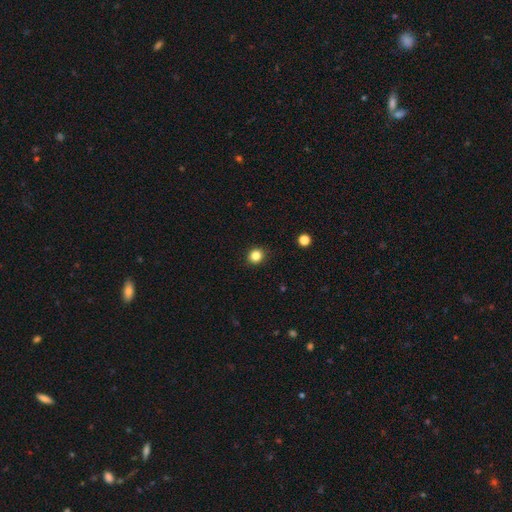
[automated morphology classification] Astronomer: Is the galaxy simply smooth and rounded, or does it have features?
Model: smooth — 83%.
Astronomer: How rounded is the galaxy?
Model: round — 85%.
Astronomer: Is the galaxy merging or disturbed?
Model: none — 91%.